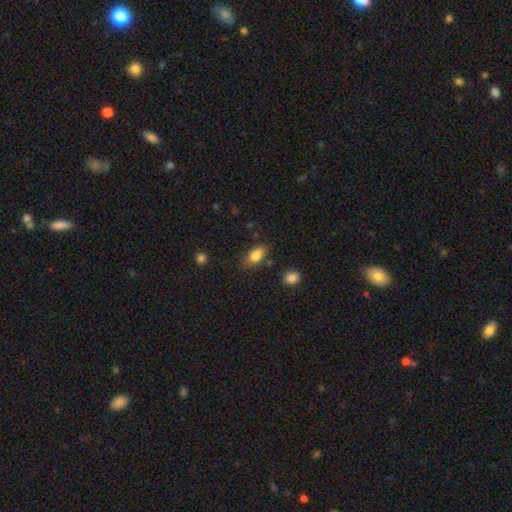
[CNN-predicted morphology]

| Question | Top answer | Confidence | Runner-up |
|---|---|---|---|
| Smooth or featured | smooth | 82% | featured or disk (9%) |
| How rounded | in between | 87% | round (8%) |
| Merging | none | 71% | minor disturbance (20%) |